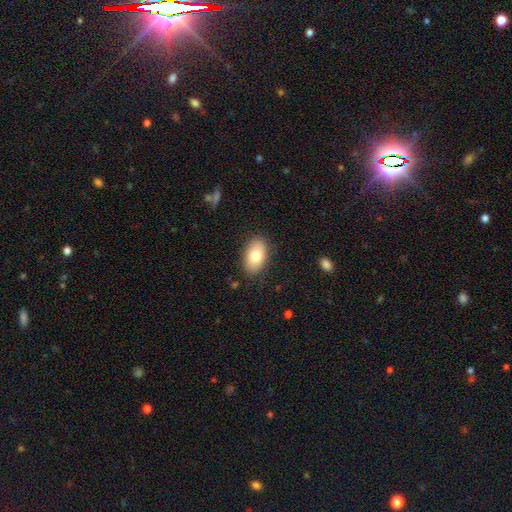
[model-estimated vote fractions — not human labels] Smooth or featured? smooth (78%)
How rounded? in between (92%)
Merging? none (86%)